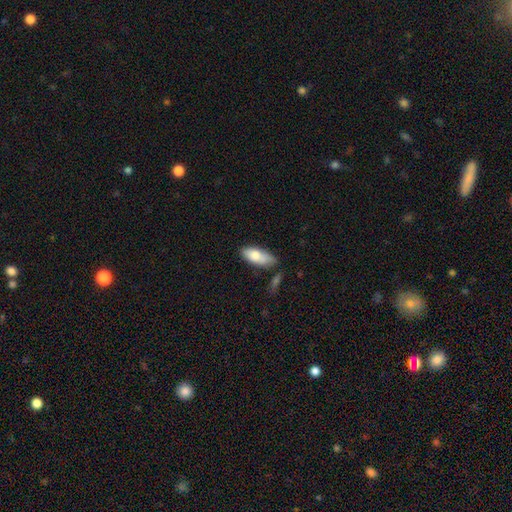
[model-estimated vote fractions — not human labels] Q: Smooth or featured?
A: smooth (81%); runner-up: featured or disk (13%)
Q: How rounded?
A: in between (82%); runner-up: cigar-shaped (16%)
Q: Merging?
A: none (61%); runner-up: minor disturbance (26%)